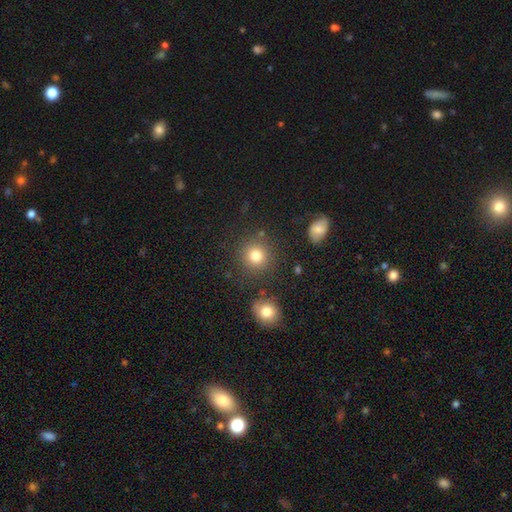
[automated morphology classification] Smooth or featured: smooth — 82% (star or artifact — 12%)
How rounded: round — 90% (in between — 9%)
Merging: none — 83% (minor disturbance — 8%)